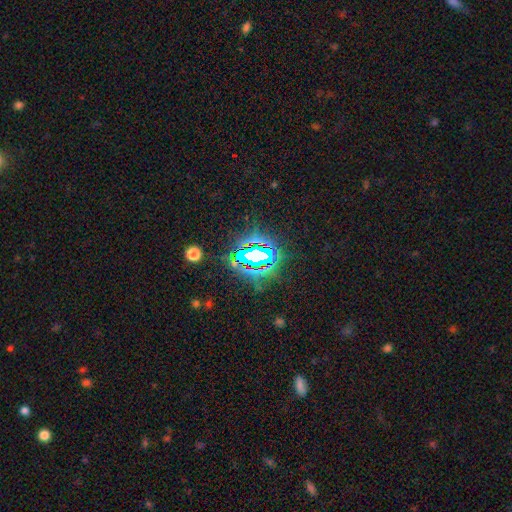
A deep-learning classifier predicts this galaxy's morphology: Smooth or featured: star or artifact — 74% (smooth — 15%)